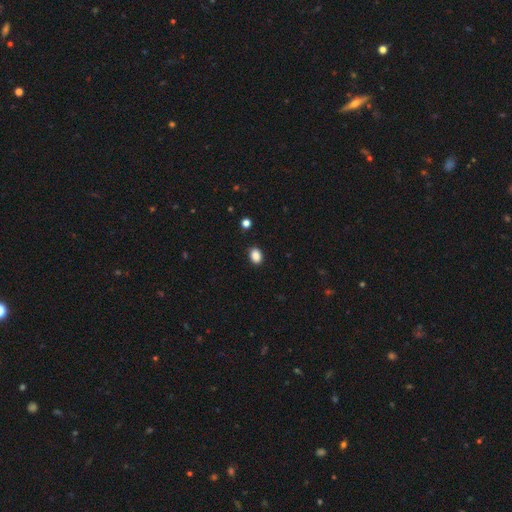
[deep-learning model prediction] This is clearly a smooth galaxy (88%). How rounded: likely in between (71%). Merging: clearly none (88%).